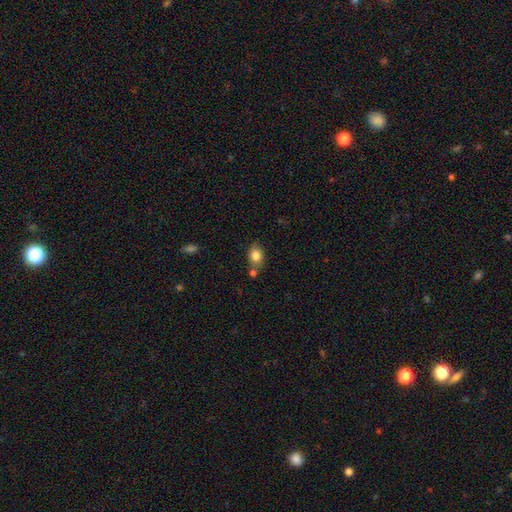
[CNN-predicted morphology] smooth-or-featured: smooth: 83% | star or artifact: 9% | featured or disk: 8%
  how-rounded: in between: 59% | round: 39% | cigar-shaped: 1%
  merging: none: 66% | merger: 16% | minor disturbance: 14% | major disturbance: 4%